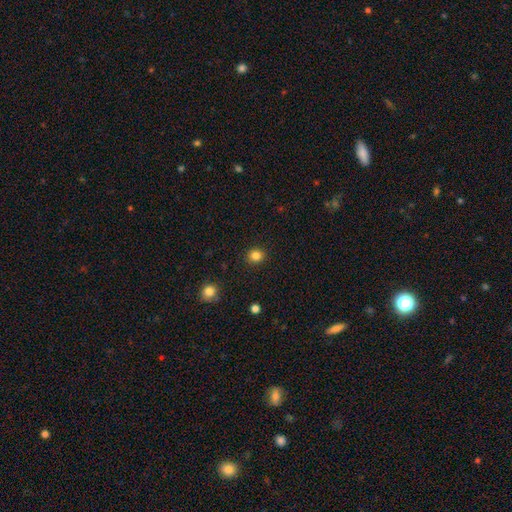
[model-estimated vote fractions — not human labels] Smooth or featured? smooth (84%)
How rounded? round (85%)
Merging? none (91%)